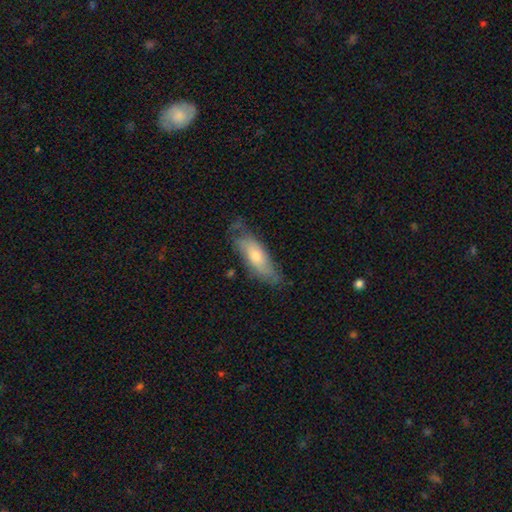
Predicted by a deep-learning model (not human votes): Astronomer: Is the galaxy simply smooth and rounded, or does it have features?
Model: smooth — 59% (runner-up: featured or disk, 35%).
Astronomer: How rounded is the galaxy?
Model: in between — 57% (runner-up: cigar-shaped, 41%).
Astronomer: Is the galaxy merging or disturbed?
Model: none — 61%.